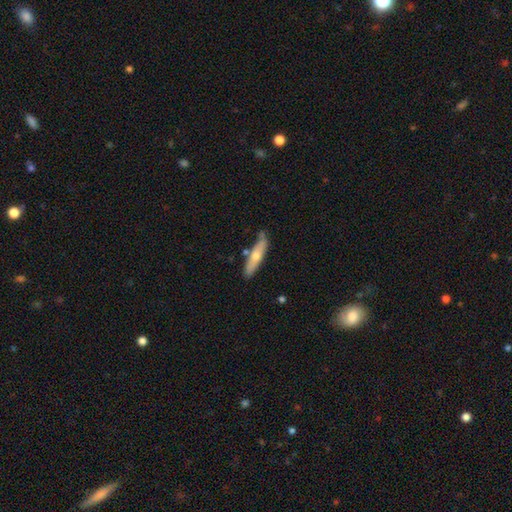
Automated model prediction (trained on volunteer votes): This appears to be a smooth galaxy with no disk features (51%) that is cigar-shaped (81%). Merging: none (75%).